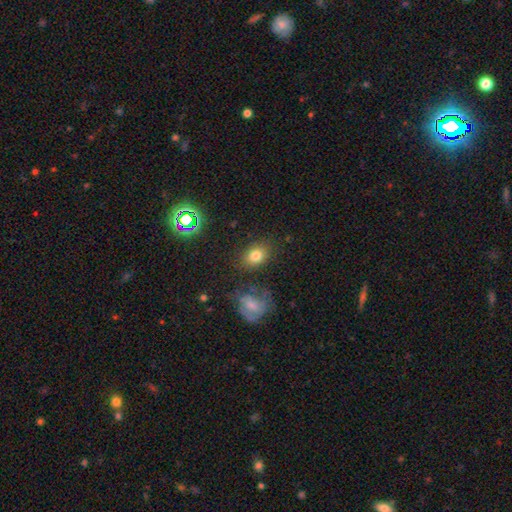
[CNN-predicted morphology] smooth_or_featured: smooth (p=0.76) [alt: star or artifact p=0.12]
how_rounded: in between (p=0.65) [alt: round p=0.34]
merging: none (p=0.77) [alt: minor disturbance p=0.13]